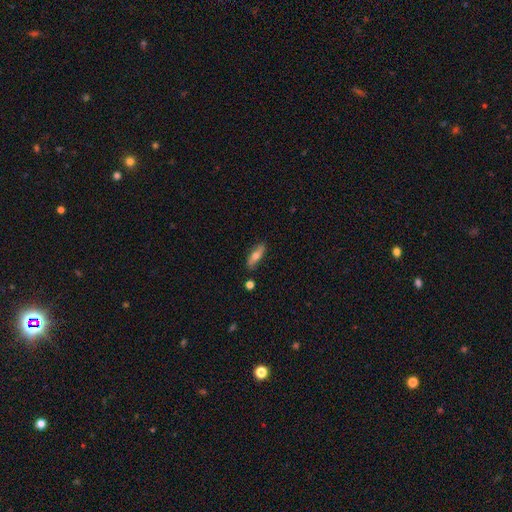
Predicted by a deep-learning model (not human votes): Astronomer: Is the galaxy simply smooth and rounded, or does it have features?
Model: smooth — 61%.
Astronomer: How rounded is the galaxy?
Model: cigar-shaped — 50% (runner-up: in between, 47%).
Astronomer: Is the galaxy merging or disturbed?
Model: none — 83%.